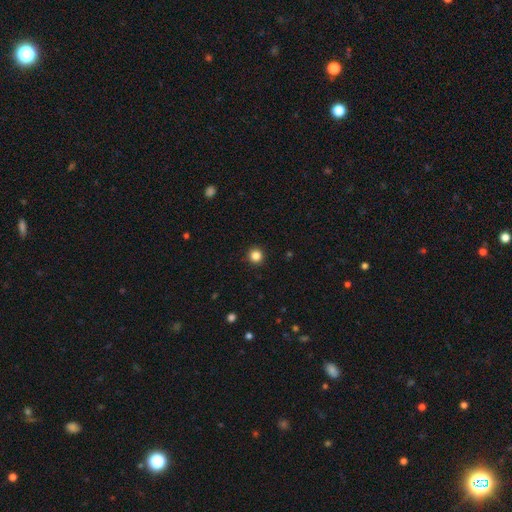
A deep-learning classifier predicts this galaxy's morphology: smooth_or_featured: smooth (p=0.85) [alt: star or artifact p=0.12]
how_rounded: round (p=0.95) [alt: in between p=0.04]
merging: none (p=0.93) [alt: minor disturbance p=0.04]